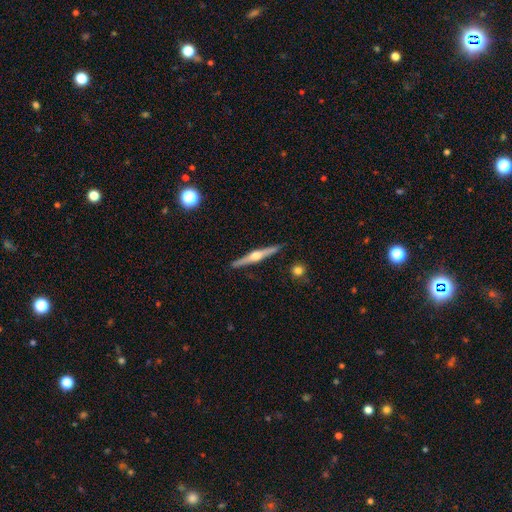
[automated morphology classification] Overall: featured or disk (79%). Edge-on disk: yes (98%). Edge-on bulge: rounded (94%). Merging: none (91%).